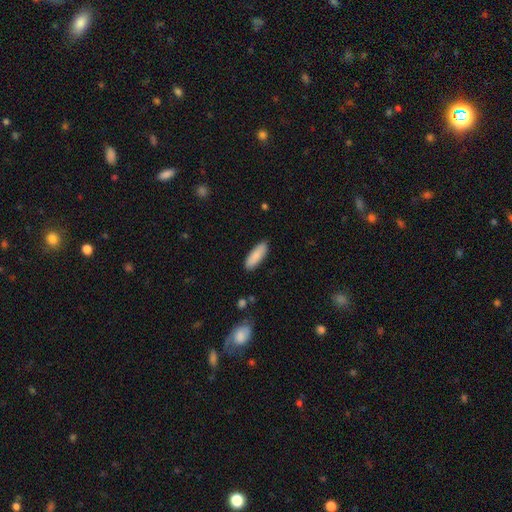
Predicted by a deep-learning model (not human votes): A smooth galaxy with no disk features (89%) that is in between round and cigar-shaped (60%). Merging: none (88%).